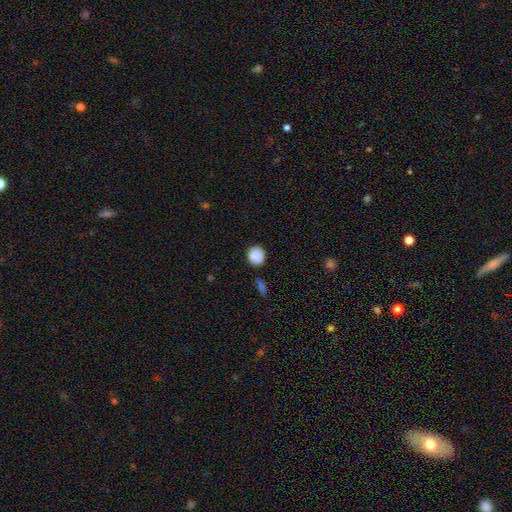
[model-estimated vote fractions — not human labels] A smooth galaxy with no disk features (86%) that is round (81%). Merging: none (76%).